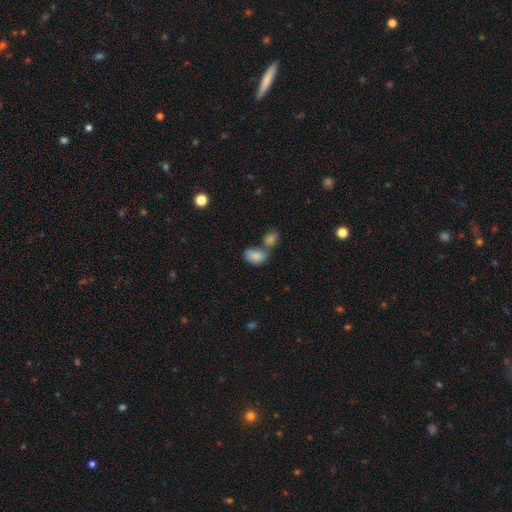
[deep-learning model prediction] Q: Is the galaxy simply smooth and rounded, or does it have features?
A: smooth — 84%.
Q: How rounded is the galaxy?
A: in between — 87%.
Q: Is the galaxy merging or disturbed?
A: merger — 53%.